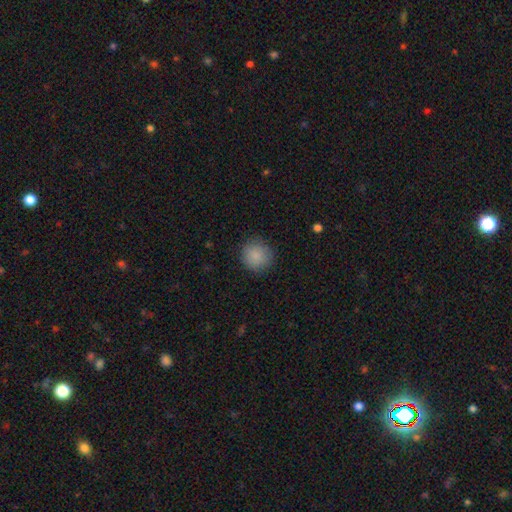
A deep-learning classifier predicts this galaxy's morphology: The model was most divided on "merging": none: 87%, minor disturbance: 9%, major disturbance: 3%, merger: 1%. More confident: how rounded — round (92%); smooth or featured — smooth (87%).